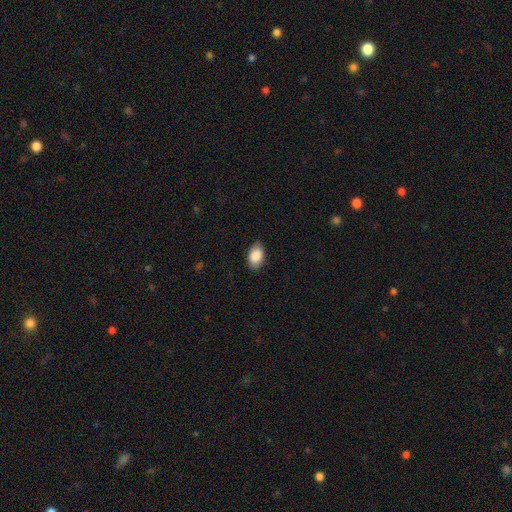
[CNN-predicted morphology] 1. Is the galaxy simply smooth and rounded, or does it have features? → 87% smooth, 7% star or artifact, 6% featured or disk.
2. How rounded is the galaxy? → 93% in between, 6% round, 1% cigar-shaped.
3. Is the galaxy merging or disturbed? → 85% none, 12% minor disturbance, 2% major disturbance, 1% merger.